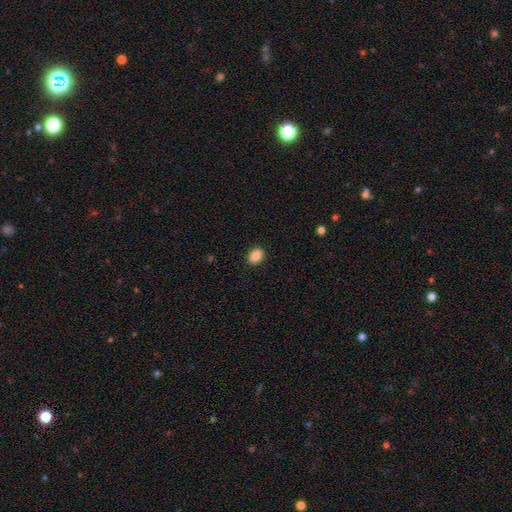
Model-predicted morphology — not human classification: smooth_or_featured: smooth (p=0.88) [alt: star or artifact p=0.08]
how_rounded: in between (p=0.76) [alt: round p=0.23]
merging: none (p=0.89) [alt: minor disturbance p=0.08]